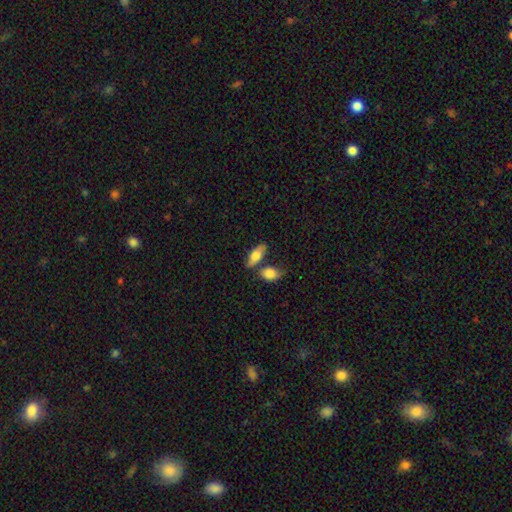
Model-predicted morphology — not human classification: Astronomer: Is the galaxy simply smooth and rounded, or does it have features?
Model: smooth — 70%.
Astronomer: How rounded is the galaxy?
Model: in between — 80%.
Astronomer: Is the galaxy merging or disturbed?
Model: none — 59%.